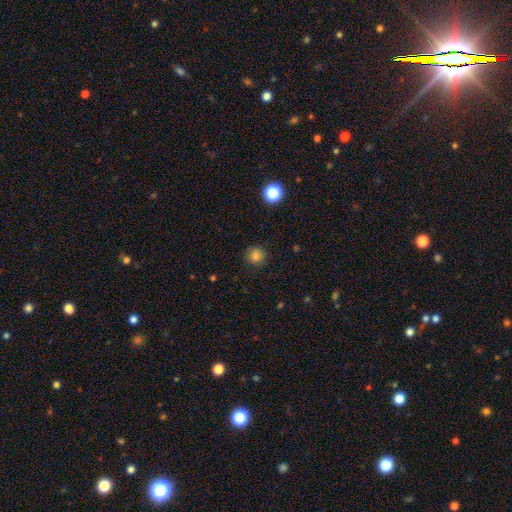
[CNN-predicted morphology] Overall: smooth (82%). How rounded: round (91%). Merging: none (87%).